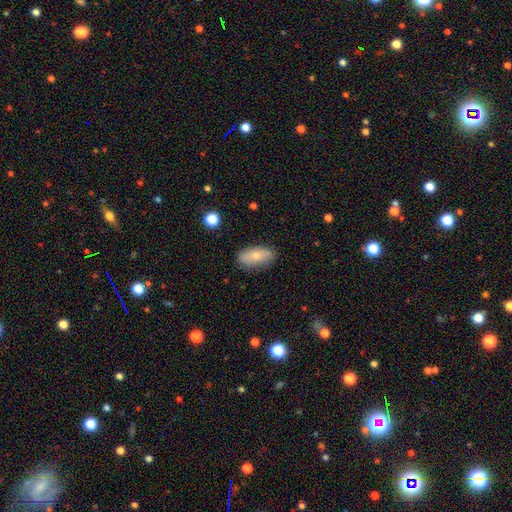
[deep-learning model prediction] Q: Smooth or featured?
A: smooth (69%); runner-up: featured or disk (24%)
Q: How rounded?
A: in between (89%); runner-up: cigar-shaped (6%)
Q: Merging?
A: none (82%); runner-up: minor disturbance (14%)